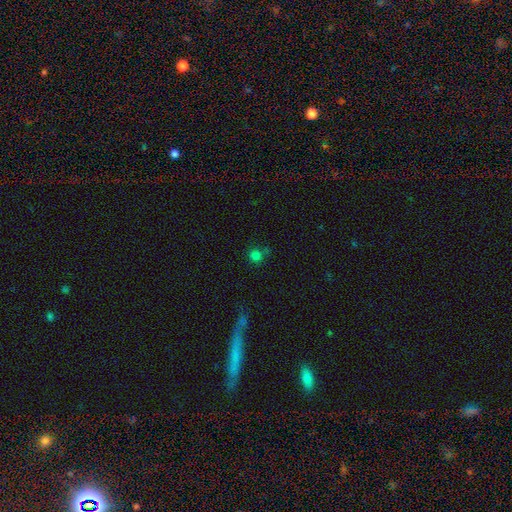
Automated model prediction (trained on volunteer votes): Q: Smooth or featured?
A: smooth (75%); runner-up: star or artifact (20%)
Q: How rounded?
A: round (91%); runner-up: in between (8%)
Q: Merging?
A: none (70%); runner-up: minor disturbance (13%)